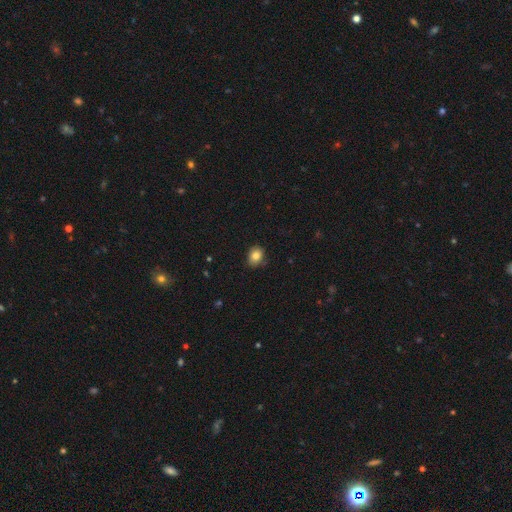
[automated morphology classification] This is clearly a smooth galaxy (83%). How rounded: possibly in between (54%). Merging: likely none (80%).